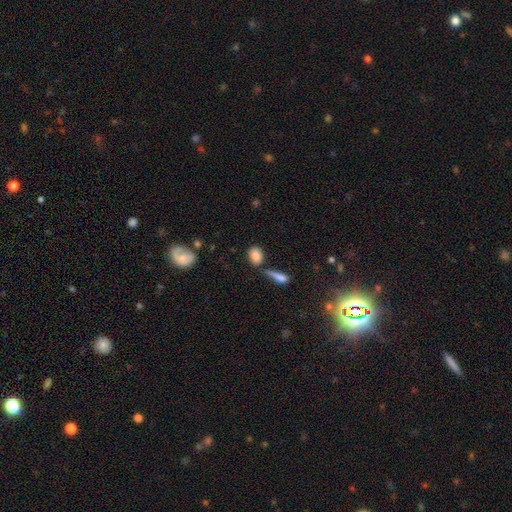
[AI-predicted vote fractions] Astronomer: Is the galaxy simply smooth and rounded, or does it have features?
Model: smooth — 85%.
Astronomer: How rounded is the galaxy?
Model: in between — 74%.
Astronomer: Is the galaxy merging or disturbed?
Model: none — 62%.